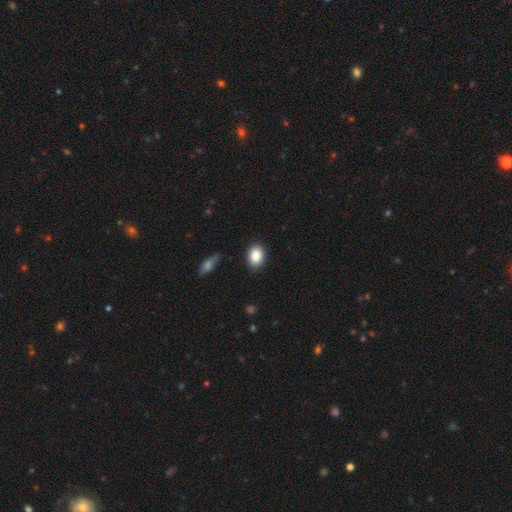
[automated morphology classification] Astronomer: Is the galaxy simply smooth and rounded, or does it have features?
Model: smooth — 86%.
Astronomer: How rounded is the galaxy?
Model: in between — 73%.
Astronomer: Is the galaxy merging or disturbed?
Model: none — 87%.